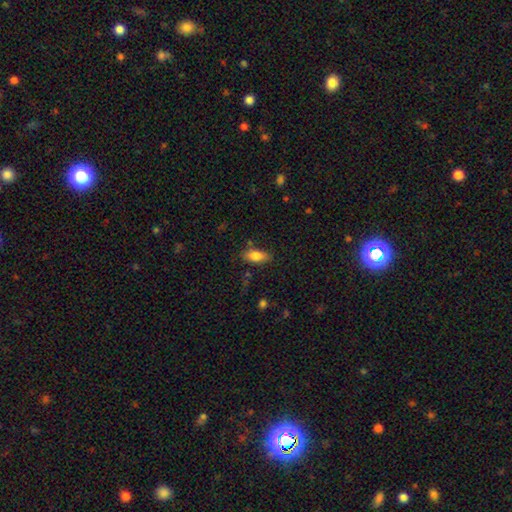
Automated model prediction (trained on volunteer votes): This appears to be a smooth galaxy with no disk features (81%) that is in between round and cigar-shaped (86%). Merging: none (78%).